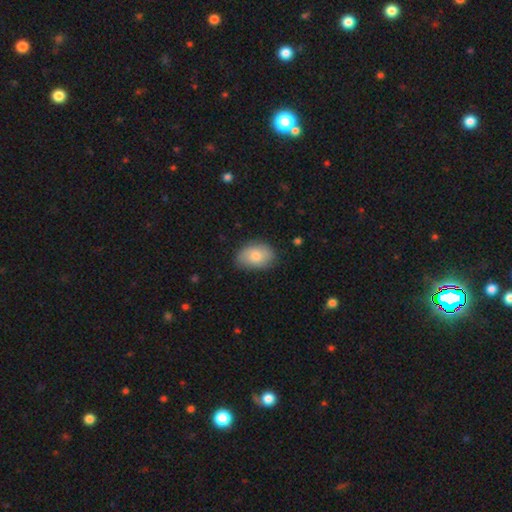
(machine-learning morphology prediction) The model was most divided on "merging": none: 79%, minor disturbance: 17%, major disturbance: 3%, merger: 1%. More confident: how rounded — in between (83%); smooth or featured — smooth (80%).